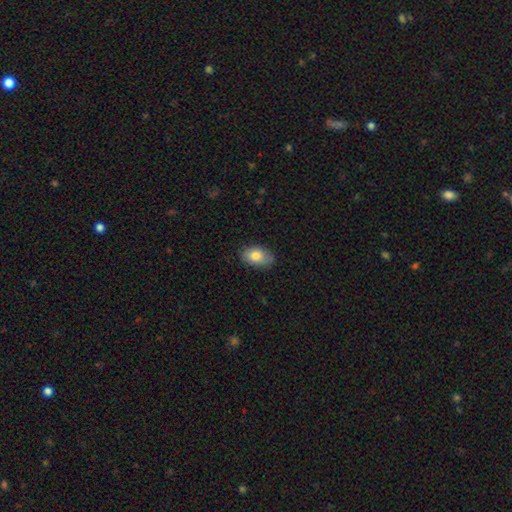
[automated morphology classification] Smooth or featured? Predicted: smooth (p=0.82). How rounded? Predicted: in between (p=0.89). Merging? Predicted: none (p=0.81).